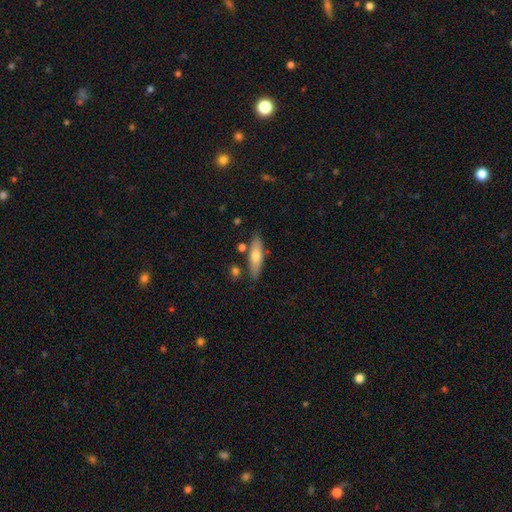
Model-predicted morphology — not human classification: type=smooth (64%); roundness=cigar-shaped (59%); merging=none (78%).